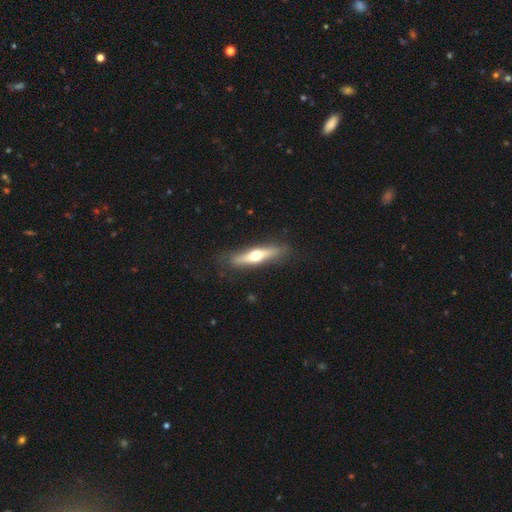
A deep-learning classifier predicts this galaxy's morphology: Smooth or featured? featured or disk (56%)
Edge-on disk? yes (91%)
Edge-on bulge? rounded (93%)
Merging? none (84%)